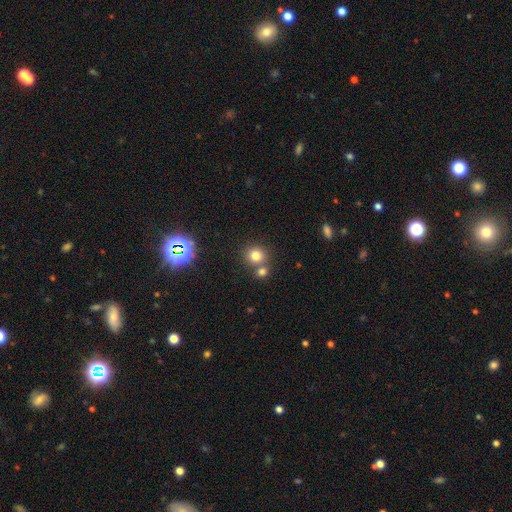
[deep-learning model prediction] smooth_or_featured: smooth (p=0.77) [alt: star or artifact p=0.15]
how_rounded: round (p=0.86) [alt: in between p=0.14]
merging: none (p=0.61) [alt: merger p=0.29]